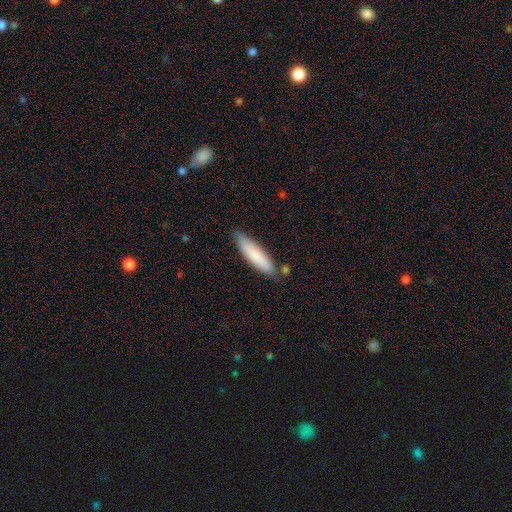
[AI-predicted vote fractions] Smooth or featured: smooth — 81% (featured or disk — 13%)
How rounded: cigar-shaped — 73% (in between — 26%)
Merging: none — 80% (minor disturbance — 15%)